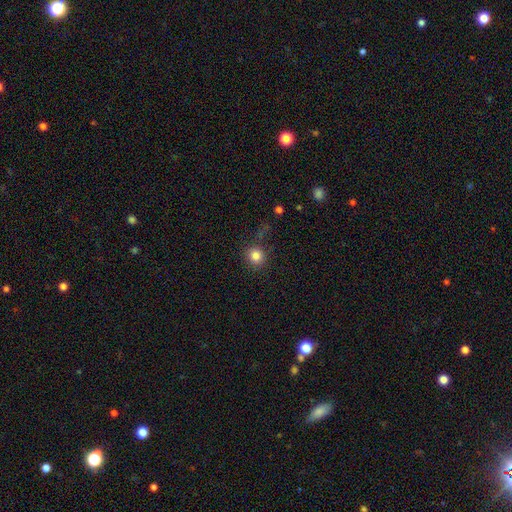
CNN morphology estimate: Smooth or featured?
  - smooth: 83% *
  - star or artifact: 12%
  - featured or disk: 5%
How rounded?
  - round: 91% *
  - in between: 8%
  - cigar-shaped: 1%
Merging?
  - none: 83% *
  - minor disturbance: 10%
  - major disturbance: 4%
  - merger: 3%